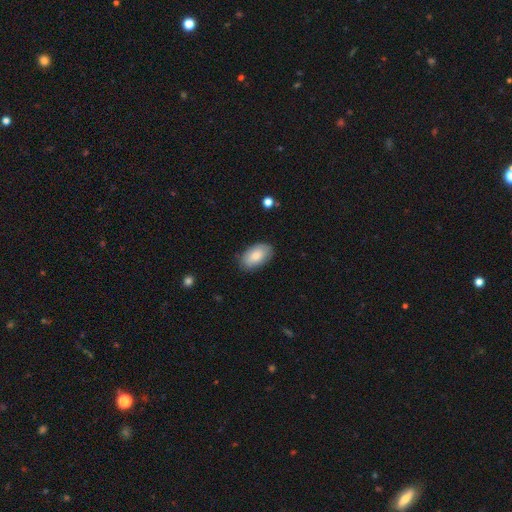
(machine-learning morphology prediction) Overall: smooth (82%). How rounded: in between (94%). Merging: none (82%).